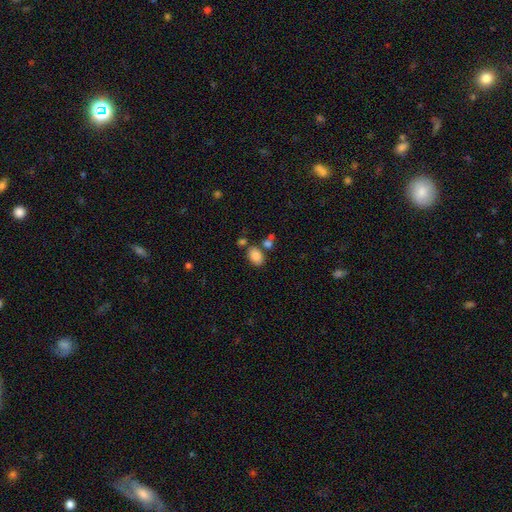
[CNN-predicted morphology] Q: Smooth or featured?
A: smooth (86%); runner-up: star or artifact (9%)
Q: How rounded?
A: in between (79%); runner-up: round (19%)
Q: Merging?
A: none (67%); runner-up: merger (16%)